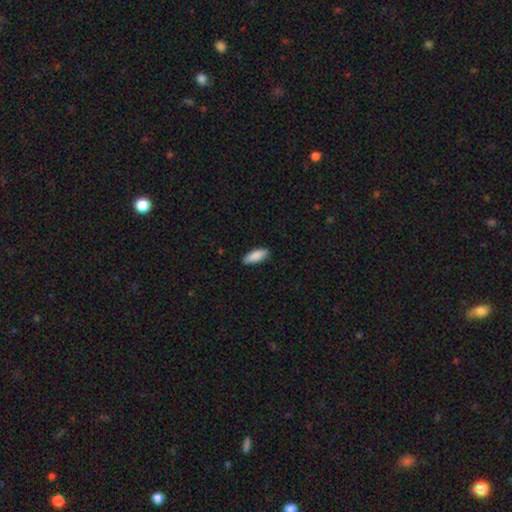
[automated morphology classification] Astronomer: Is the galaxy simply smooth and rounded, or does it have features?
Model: smooth — 88%.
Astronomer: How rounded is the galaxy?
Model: in between — 69%.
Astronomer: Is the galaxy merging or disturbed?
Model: none — 87%.